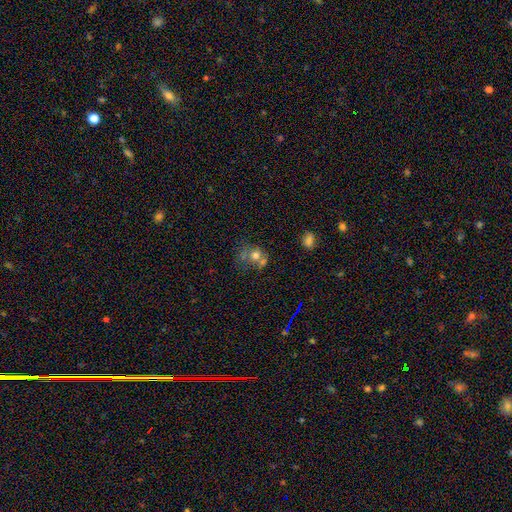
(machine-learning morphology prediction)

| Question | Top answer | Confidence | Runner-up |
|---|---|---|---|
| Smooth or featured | smooth | 65% | featured or disk (22%) |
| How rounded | round | 72% | in between (27%) |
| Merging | merger | 44% | none (35%) |